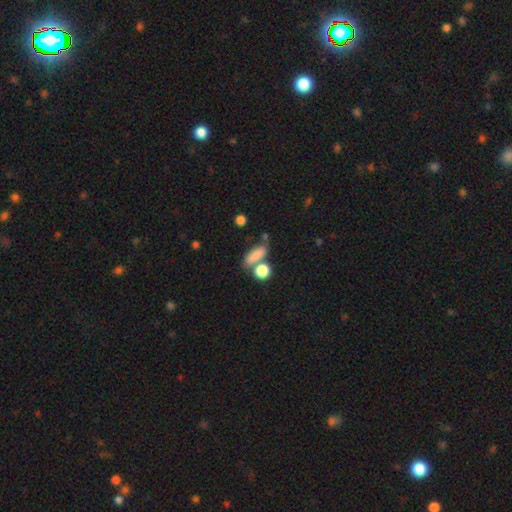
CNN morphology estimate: type=smooth (80%); roundness=in between (54%); merging=none (55%).